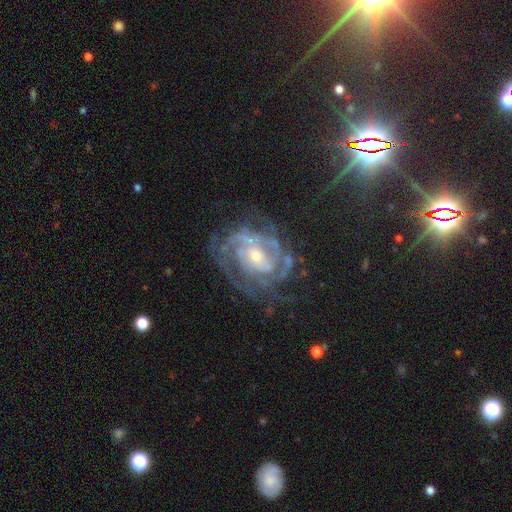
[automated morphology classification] Overall: featured or disk (85%). Edge-on disk: no (97%). Bar: no (60%; weak 29%). Spiral arms: yes (90%). Spiral arm count: can't tell (38%; 2 22%). Spiral winding: tight (60%; medium 31%). Bulge size: small (53%; moderate 42%). Merging: none (61%).